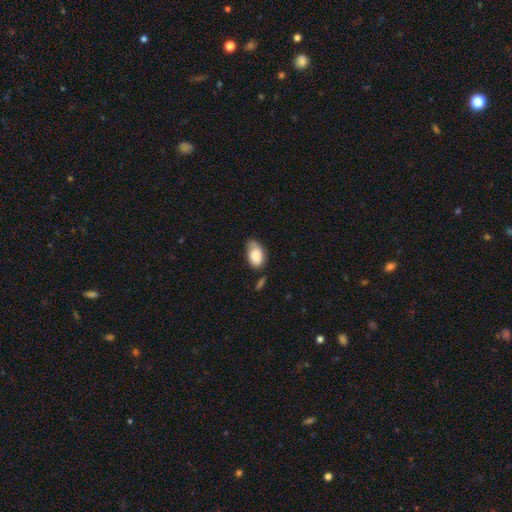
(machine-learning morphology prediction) Smooth or featured? Predicted: smooth (p=0.83). How rounded? Predicted: in between (p=0.92). Merging? Predicted: none (p=0.46).